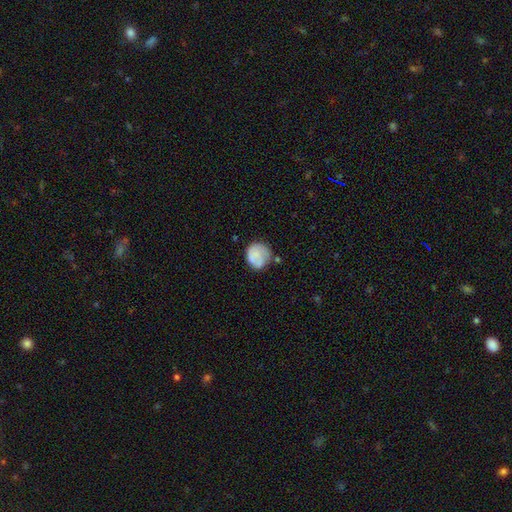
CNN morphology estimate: smooth 73%, featured or disk 20%, star or artifact 7%. Down the decision tree: how rounded — round (84%); merging — none (57%).